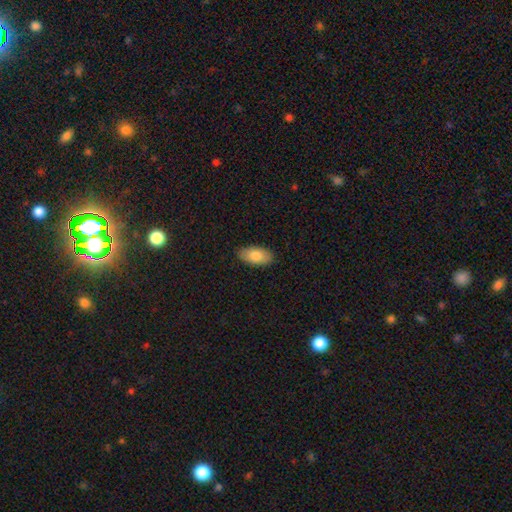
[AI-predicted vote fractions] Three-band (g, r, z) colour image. It shows a smooth galaxy with no disk features (81%) that is in between round and cigar-shaped (94%). Merging: none (89%).